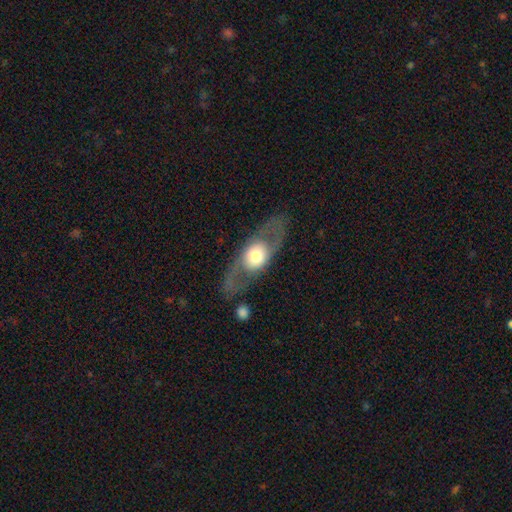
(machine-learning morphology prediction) This appears to be a featured or disk galaxy (61%). Merging: none (76%).